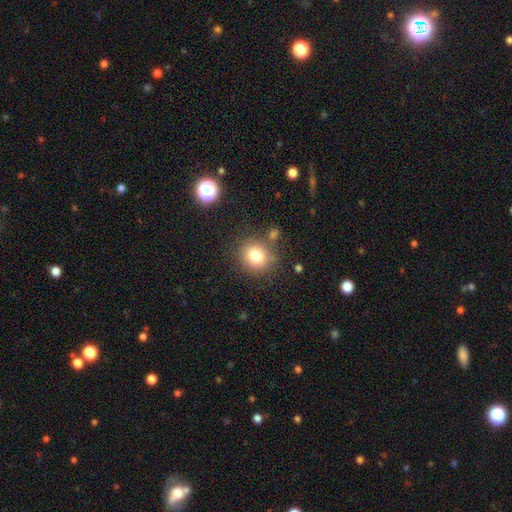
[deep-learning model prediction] This appears to be a smooth galaxy with no disk features (80%) that is round (82%). Merging: none (79%).